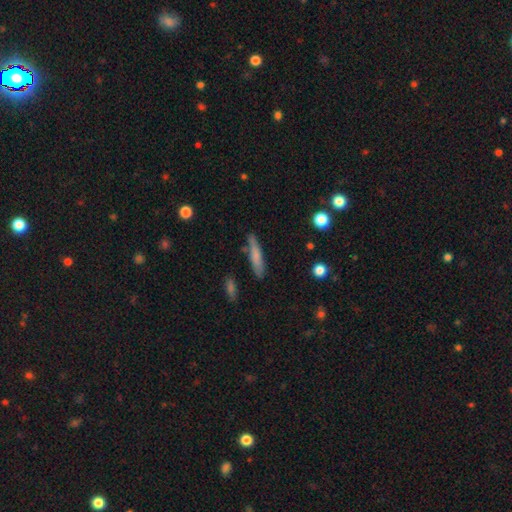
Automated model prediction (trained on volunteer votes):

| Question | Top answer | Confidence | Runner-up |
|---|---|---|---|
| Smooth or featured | smooth | 71% | featured or disk (22%) |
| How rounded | cigar-shaped | 84% | in between (14%) |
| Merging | none | 78% | minor disturbance (14%) |